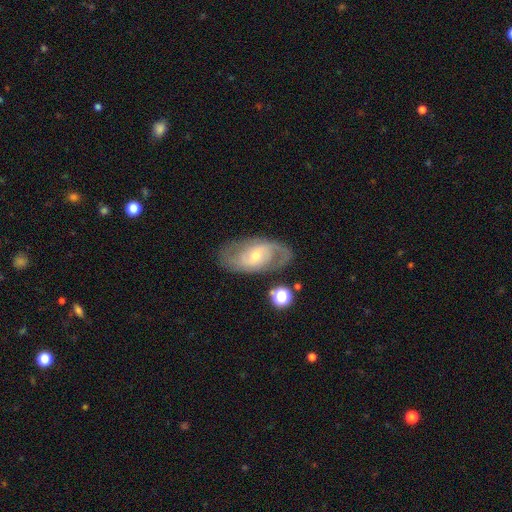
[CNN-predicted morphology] featured or disk 79%, smooth 15%, star or artifact 6%. Down the decision tree: edge-on disk — no (94%); bar — weak (47%); spiral arms — yes (92%); spiral arm count — 2 (72%); spiral winding — medium (47%); bulge size — small (52%); merging — none (76%).